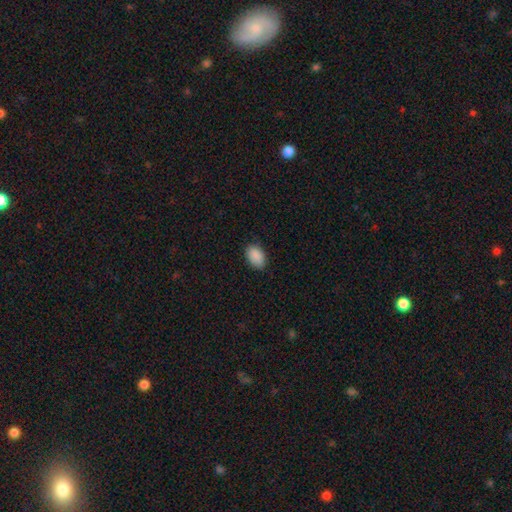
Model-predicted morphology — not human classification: Overall: smooth (90%). How rounded: in between (89%). Merging: none (83%).